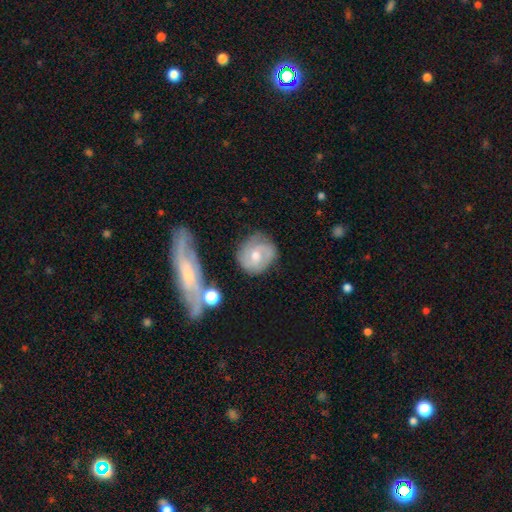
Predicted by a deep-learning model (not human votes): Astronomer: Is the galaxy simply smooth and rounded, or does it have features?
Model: featured or disk — 69%.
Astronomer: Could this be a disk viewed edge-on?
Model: no — 97%.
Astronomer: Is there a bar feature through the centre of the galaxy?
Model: no — 60%.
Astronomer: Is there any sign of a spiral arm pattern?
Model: yes — 90%.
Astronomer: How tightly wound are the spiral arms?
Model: tight — 50% (runner-up: medium, 38%).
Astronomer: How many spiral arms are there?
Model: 2 — 52%.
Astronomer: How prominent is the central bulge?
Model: moderate — 67%.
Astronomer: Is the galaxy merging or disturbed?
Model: none — 70%.